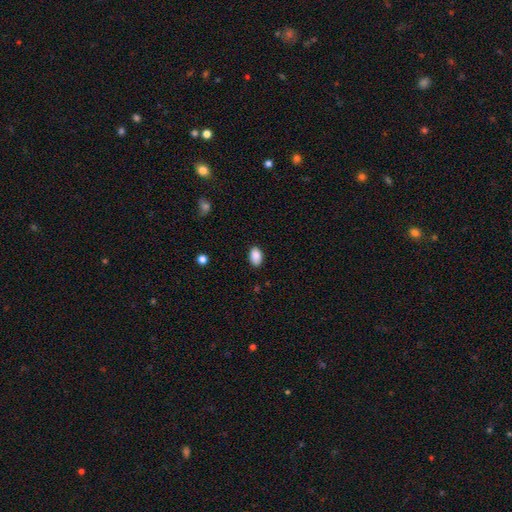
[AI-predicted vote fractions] This appears to be a smooth galaxy with no disk features (89%) that is in between round and cigar-shaped (89%). Merging: none (86%).